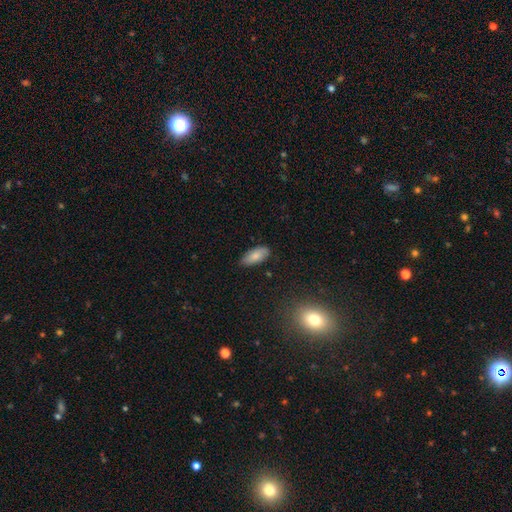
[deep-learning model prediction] Smooth or featured: smooth — 80% (featured or disk — 13%)
How rounded: in between — 87% (cigar-shaped — 10%)
Merging: none — 83% (minor disturbance — 14%)